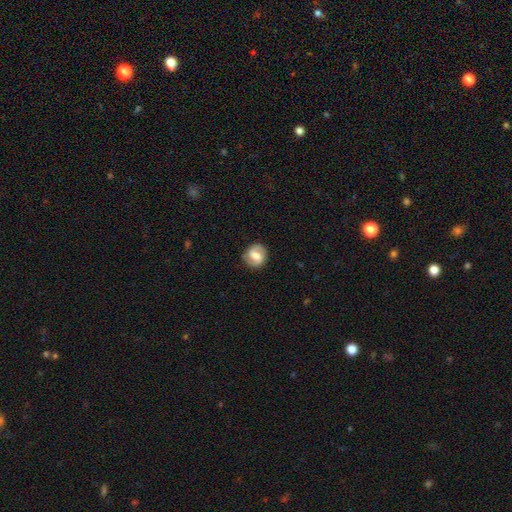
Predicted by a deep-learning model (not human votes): Smooth or featured: featured or disk — 53% (smooth — 40%)
Edge-on disk: no — 97% (yes — 3%)
Bar: weak — 47% (strong — 33%)
Spiral arms: yes — 80% (no — 20%)
Bulge size: moderate — 53% (small — 20%)
Merging: none — 83% (minor disturbance — 12%)